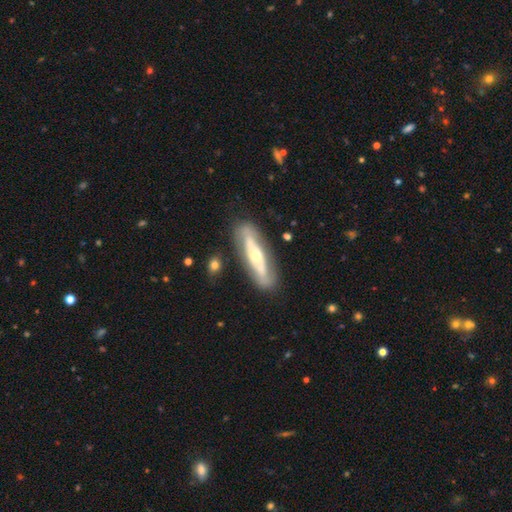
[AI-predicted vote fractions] Smooth or featured: featured or disk — 70% (smooth — 25%)
Edge-on disk: no — 57% (yes — 43%)
Merging: none — 82% (minor disturbance — 12%)